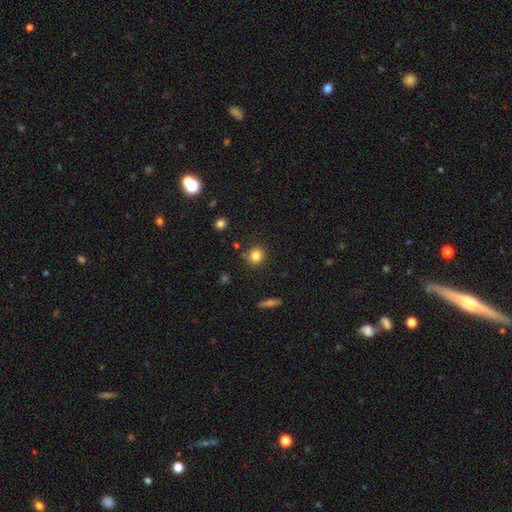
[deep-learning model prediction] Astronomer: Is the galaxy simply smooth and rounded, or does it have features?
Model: smooth — 83%.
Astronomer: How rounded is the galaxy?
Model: round — 86%.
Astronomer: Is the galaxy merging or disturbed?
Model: none — 84%.